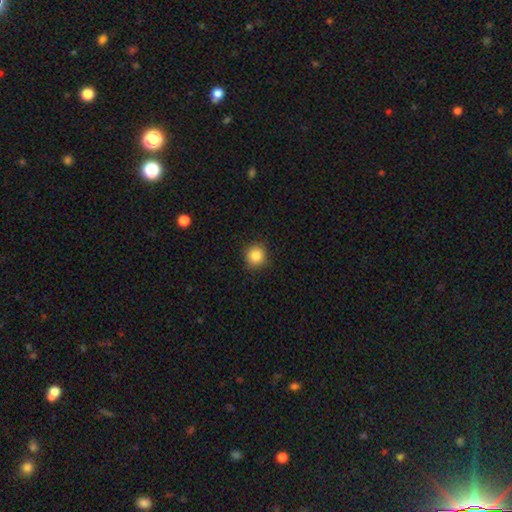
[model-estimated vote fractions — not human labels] Q: Smooth or featured?
A: smooth (86%); runner-up: star or artifact (10%)
Q: How rounded?
A: round (90%); runner-up: in between (9%)
Q: Merging?
A: none (88%); runner-up: minor disturbance (9%)